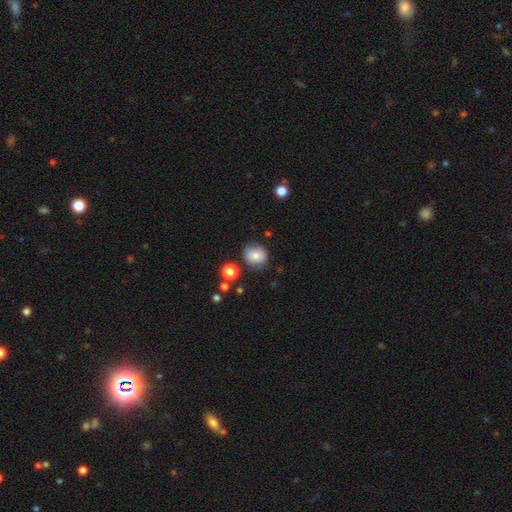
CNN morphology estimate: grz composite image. It shows a smooth galaxy with no disk features (77%) that is round (85%). Merging: none (78%).